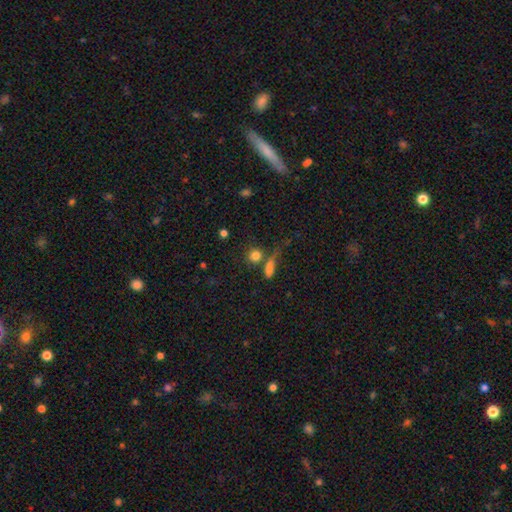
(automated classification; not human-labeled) Smooth or featured: smooth — 81% (star or artifact — 12%)
How rounded: round — 80% (in between — 16%)
Merging: none — 62% (merger — 21%)